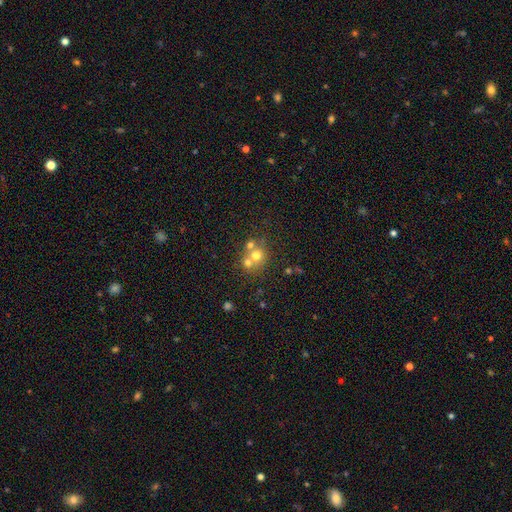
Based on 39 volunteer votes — Morphology: type=smooth (64%); roundness=round (76%); merging=none (46%).